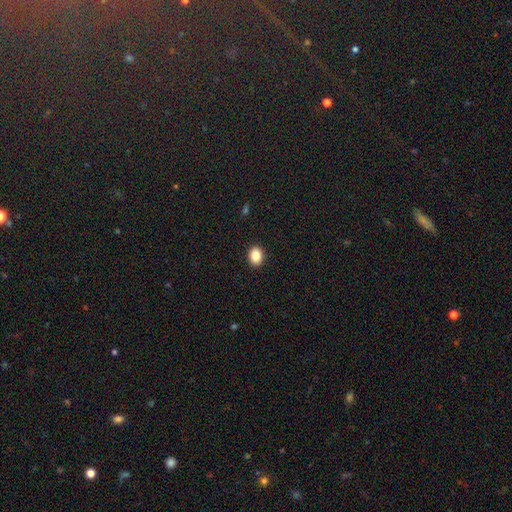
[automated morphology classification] Smooth or featured?
  - smooth: 86% *
  - star or artifact: 9%
  - featured or disk: 5%
How rounded?
  - in between: 58% *
  - round: 41%
  - cigar-shaped: 1%
Merging?
  - none: 92% *
  - minor disturbance: 6%
  - major disturbance: 2%
  - merger: 1%